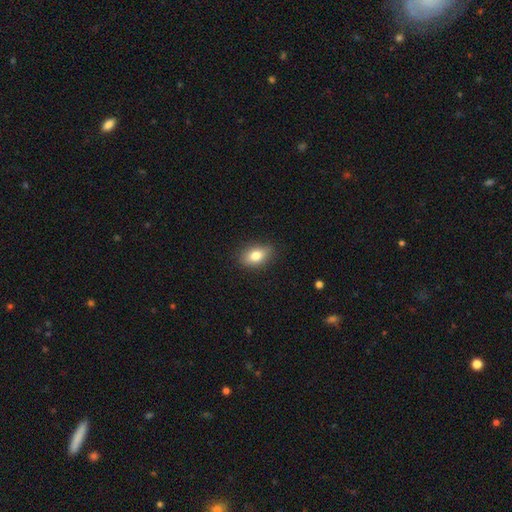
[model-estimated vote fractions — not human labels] The model was most divided on "smooth or featured": smooth: 79%, featured or disk: 12%, star or artifact: 8%. More confident: merging — none (84%); how rounded — in between (83%).